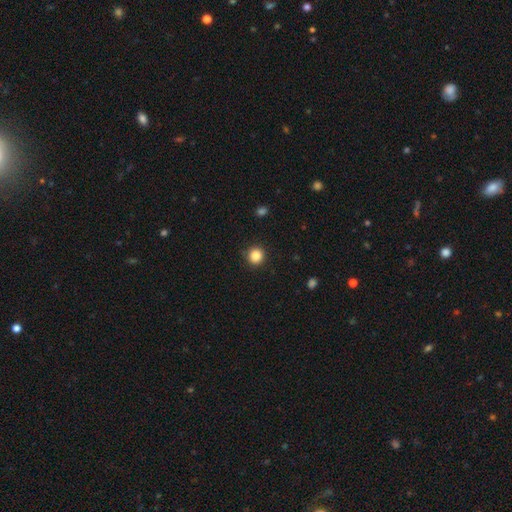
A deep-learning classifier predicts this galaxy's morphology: This appears to be a smooth galaxy with no disk features (85%) that is round (93%). Merging: none (91%).